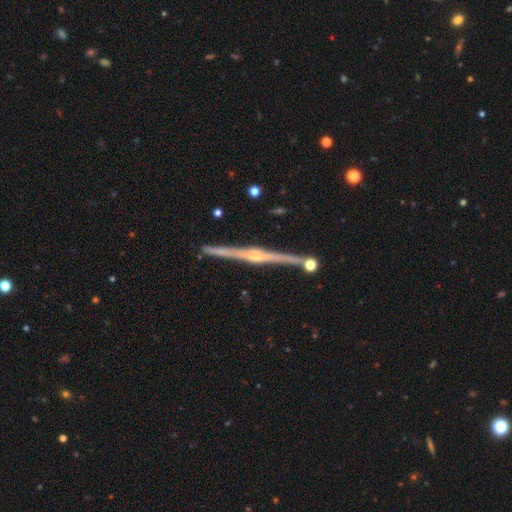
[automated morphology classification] smooth-or-featured: featured or disk: 87% | smooth: 8% | star or artifact: 5%
  disk-edge-on: yes: 99% | no: 1%
    edge-on-bulge: rounded: 81% | boxy: 10% | none: 9%
  merging: none: 88% | minor disturbance: 7% | merger: 3% | major disturbance: 2%